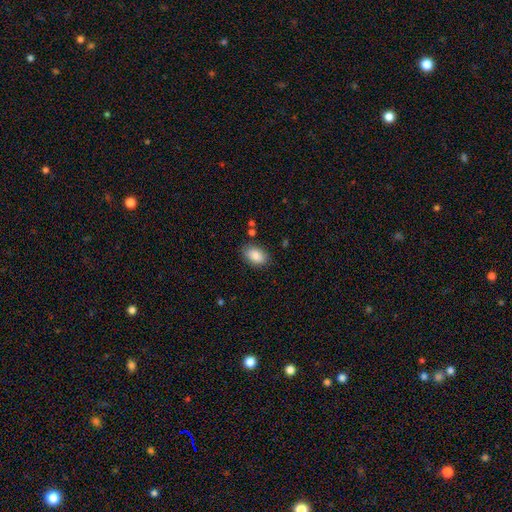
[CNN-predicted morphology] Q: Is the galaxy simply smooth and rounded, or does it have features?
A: smooth — 87%.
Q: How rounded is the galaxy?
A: in between — 90%.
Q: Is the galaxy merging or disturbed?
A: none — 81%.